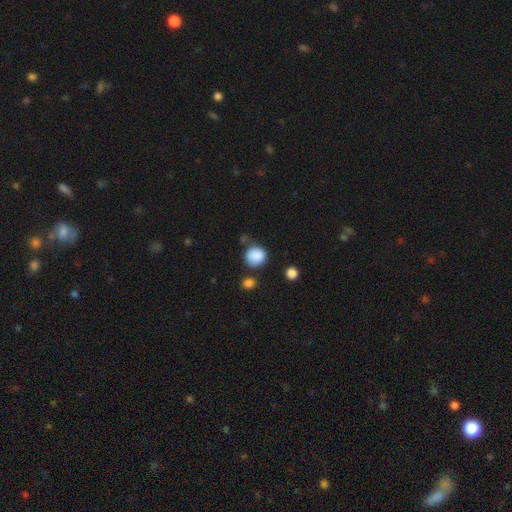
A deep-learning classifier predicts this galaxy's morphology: This is clearly a smooth galaxy (87%). How rounded: clearly round (86%). Merging: likely none (70%).